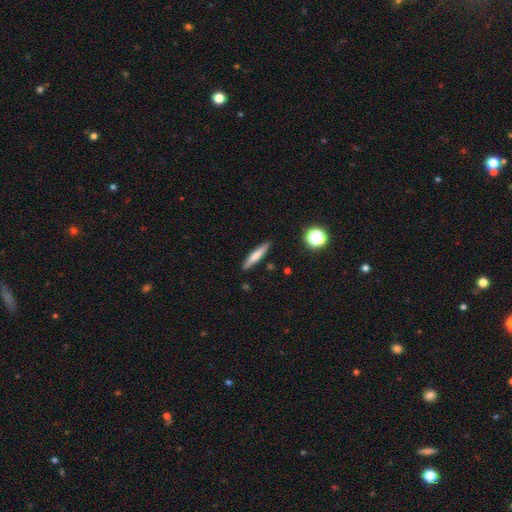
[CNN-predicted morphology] Smooth or featured: smooth — 66% (featured or disk — 26%)
How rounded: cigar-shaped — 89% (in between — 10%)
Merging: none — 87% (minor disturbance — 9%)